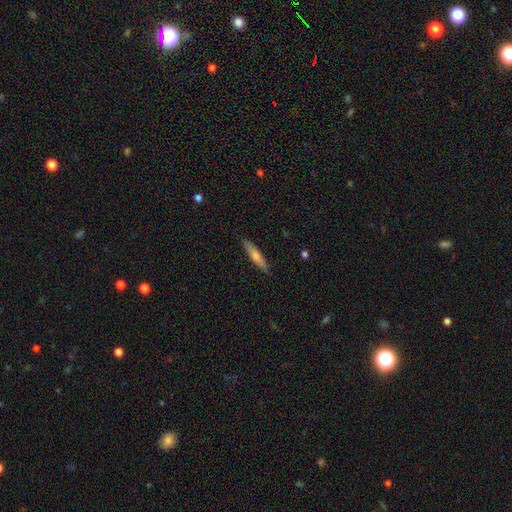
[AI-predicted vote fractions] smooth_or_featured: smooth (p=0.54) [alt: featured or disk p=0.40]
how_rounded: cigar-shaped (p=0.89) [alt: in between p=0.10]
merging: none (p=0.88) [alt: minor disturbance p=0.09]